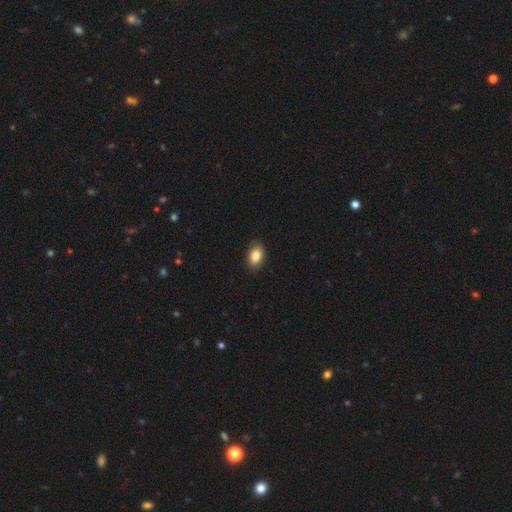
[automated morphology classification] The model was most divided on "how rounded": in between: 85%, round: 13%, cigar-shaped: 1%. More confident: smooth or featured — smooth (87%); merging — none (86%).